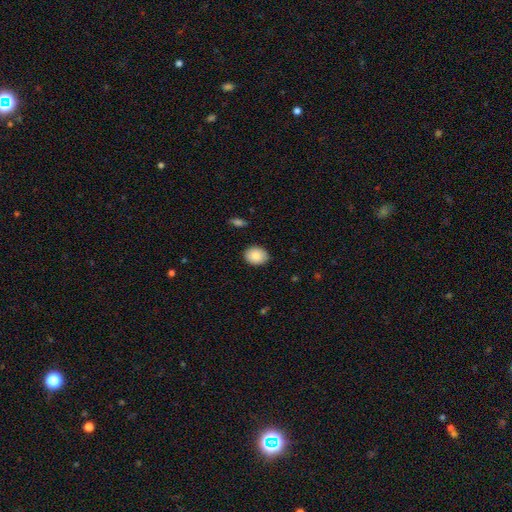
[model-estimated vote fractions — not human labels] Morphology: type=smooth (87%); roundness=in between (60%); merging=none (87%).